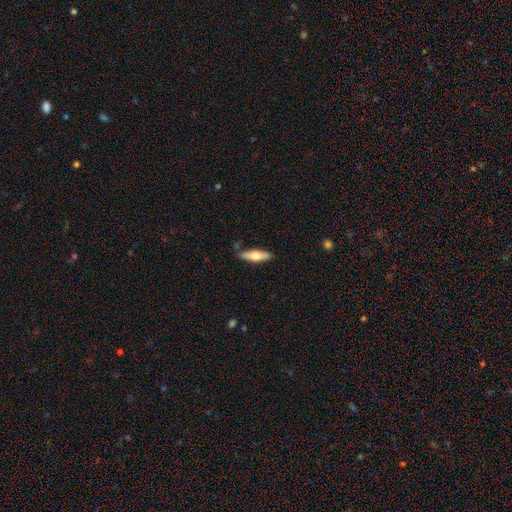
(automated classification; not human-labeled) A smooth galaxy with no disk features (60%) that is cigar-shaped (55%). Merging: none (84%).